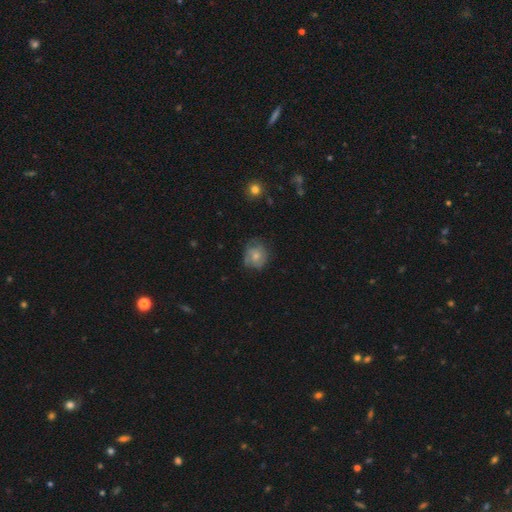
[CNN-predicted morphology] Smooth or featured?
  - smooth: 59% *
  - featured or disk: 32%
  - star or artifact: 9%
How rounded?
  - round: 77% *
  - in between: 22%
  - cigar-shaped: 1%
Merging?
  - none: 62% *
  - minor disturbance: 26%
  - major disturbance: 10%
  - merger: 2%